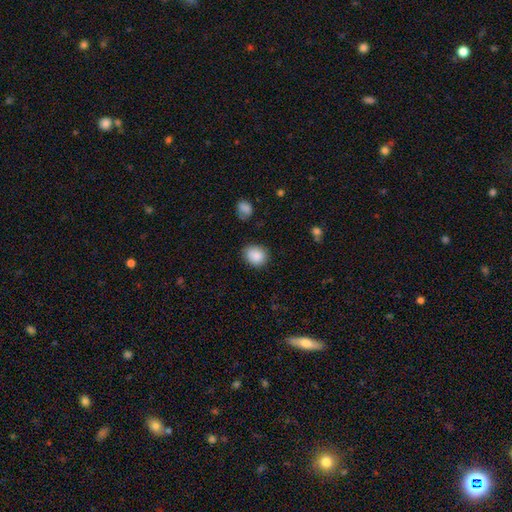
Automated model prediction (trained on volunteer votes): Smooth or featured: smooth — 88% (star or artifact — 8%)
How rounded: round — 67% (in between — 32%)
Merging: none — 80% (minor disturbance — 15%)